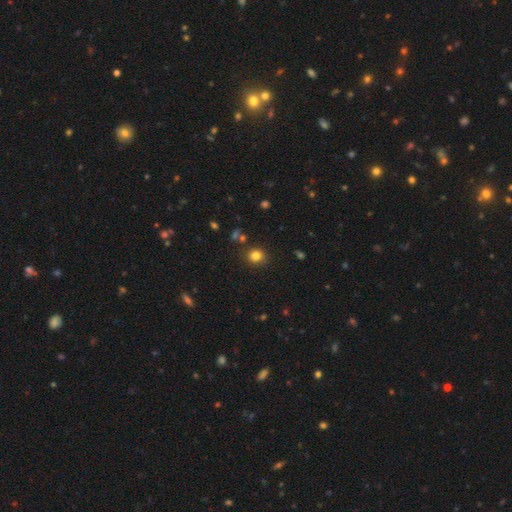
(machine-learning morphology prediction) This appears to be a smooth galaxy with no disk features (81%) that is round (81%). Merging: none (85%).